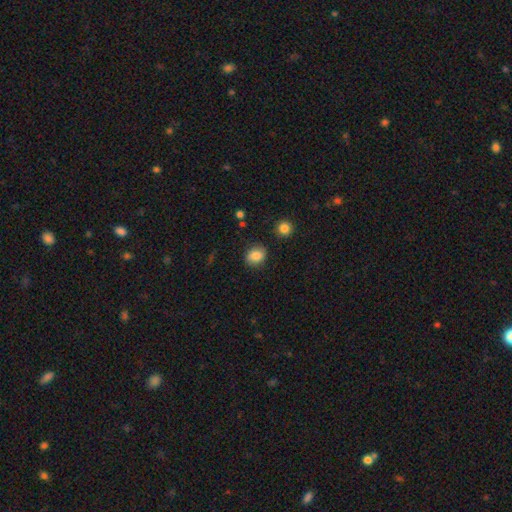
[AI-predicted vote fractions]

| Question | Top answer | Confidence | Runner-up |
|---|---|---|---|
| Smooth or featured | smooth | 85% | star or artifact (9%) |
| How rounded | round | 58% | in between (40%) |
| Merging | none | 84% | minor disturbance (11%) |